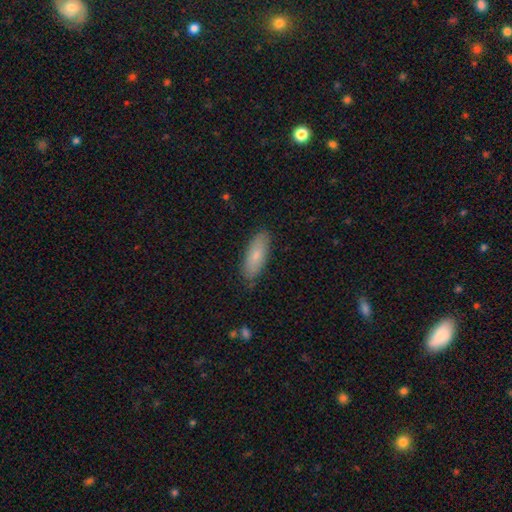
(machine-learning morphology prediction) The model was most divided on "how rounded": in between: 68%, cigar-shaped: 30%, round: 2%. More confident: merging — none (82%); smooth or featured — smooth (75%).